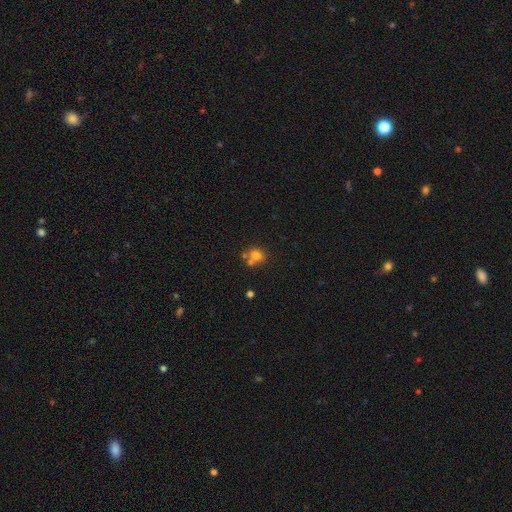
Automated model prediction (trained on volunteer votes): The model was most divided on "merging": none: 50%, merger: 35%, minor disturbance: 11%, major disturbance: 4%. More confident: smooth or featured — smooth (73%); how rounded — round (68%).